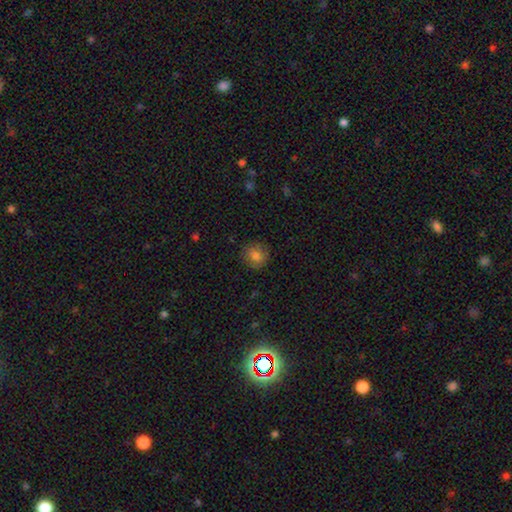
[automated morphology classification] A smooth galaxy with no disk features (82%) that is round (85%).

Vote fractions:
- Smooth or featured? smooth: 82% / star or artifact: 10% / featured or disk: 8%
- How rounded? round: 85% / in between: 14% / cigar-shaped: 1%
- Merging? none: 85% / minor disturbance: 11% / major disturbance: 3% / merger: 1%